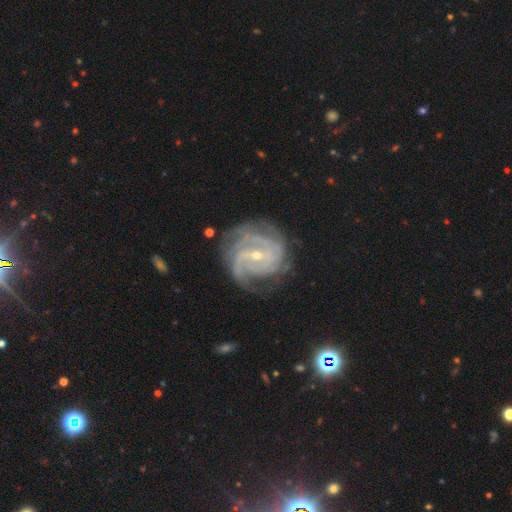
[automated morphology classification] smooth_or_featured: featured or disk (p=0.91) [alt: star or artifact p=0.05]
disk_edge_on: no (p=0.98) [alt: yes p=0.02]
bar: weak (p=0.46) [alt: strong p=0.28]
has_spiral_arms: yes (p=0.98) [alt: no p=0.02]
spiral_winding: tight (p=0.60) [alt: medium p=0.33]
spiral_arm_count: 3 (p=0.27) [alt: can't tell p=0.21]
bulge_size: small (p=0.69) [alt: moderate p=0.27]
merging: none (p=0.70) [alt: minor disturbance p=0.19]